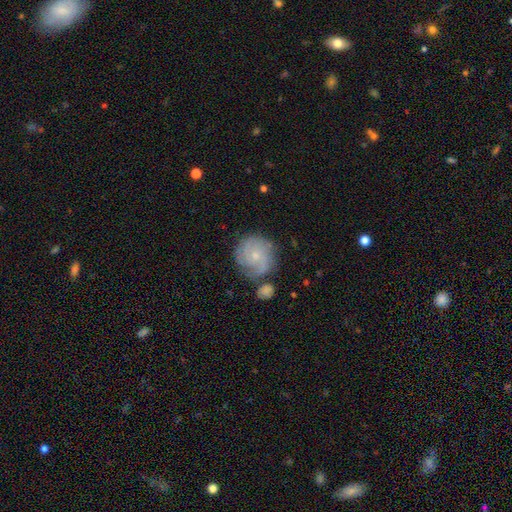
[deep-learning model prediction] The model was most divided on "spiral arm count": 3: 29%, can't tell: 28%, 2: 24%, 4: 8%, 1: 6%, more than 4: 5%. More confident: edge-on disk — no (98%); spiral arms — yes (92%); bar — no (76%); bulge size — small (70%); smooth or featured — featured or disk (67%); merging — none (65%); spiral winding — tight (59%).